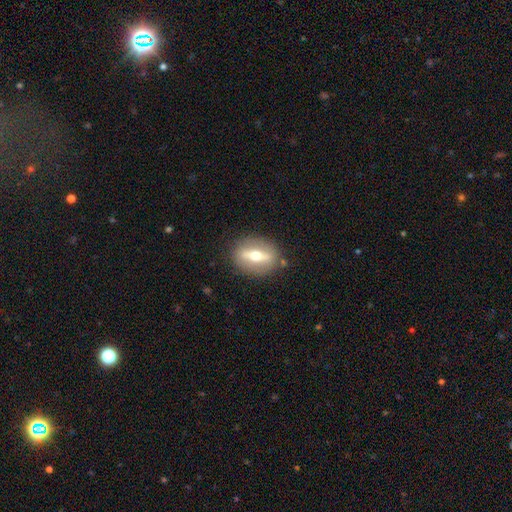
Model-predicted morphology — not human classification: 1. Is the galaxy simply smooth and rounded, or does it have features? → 61% featured or disk, 32% smooth, 7% star or artifact.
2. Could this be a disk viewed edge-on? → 51% no, 49% yes.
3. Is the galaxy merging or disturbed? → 85% none, 9% minor disturbance, 4% major disturbance, 2% merger.